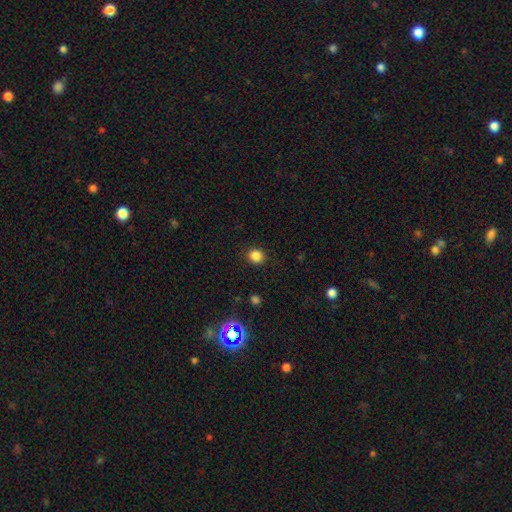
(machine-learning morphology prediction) This is clearly a smooth galaxy (85%). How rounded: clearly round (82%). Merging: clearly none (90%).